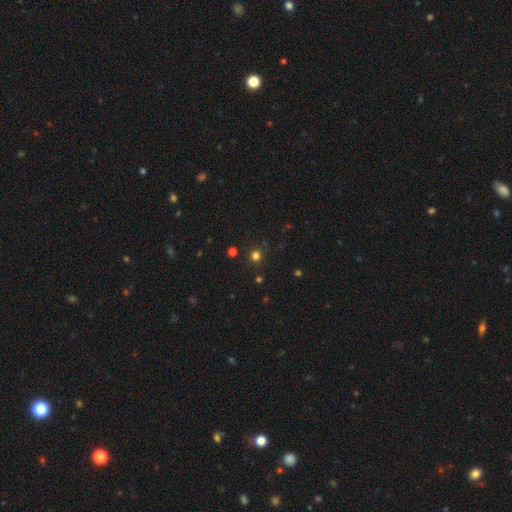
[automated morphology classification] A smooth galaxy with no disk features (73%) that is round (95%). Merging: none (90%).